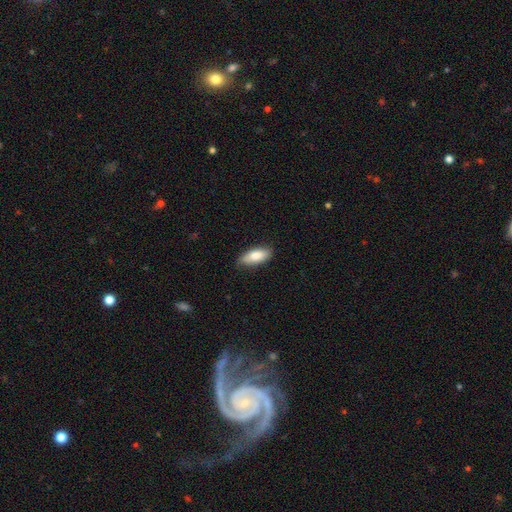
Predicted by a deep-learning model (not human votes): Morphology: type=smooth (82%); roundness=in between (80%); merging=none (79%).